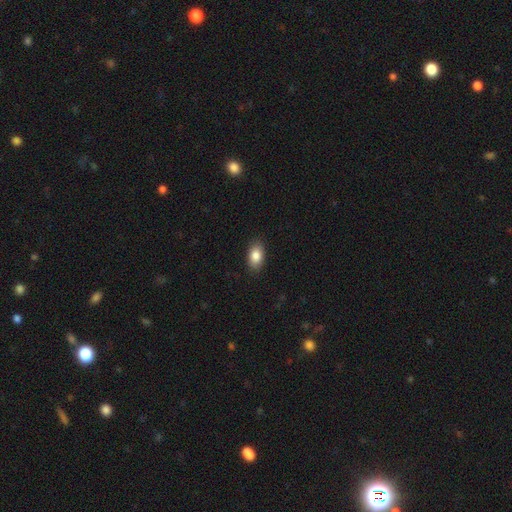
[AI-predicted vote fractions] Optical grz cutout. It shows a smooth galaxy with no disk features (86%) that is in between round and cigar-shaped (91%). Merging: none (88%).